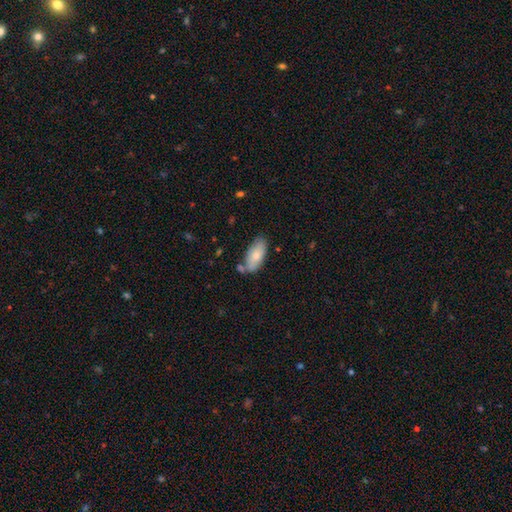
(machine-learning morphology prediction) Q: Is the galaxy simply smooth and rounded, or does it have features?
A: smooth — 75%.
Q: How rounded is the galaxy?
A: in between — 88%.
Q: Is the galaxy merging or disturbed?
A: none — 67%.